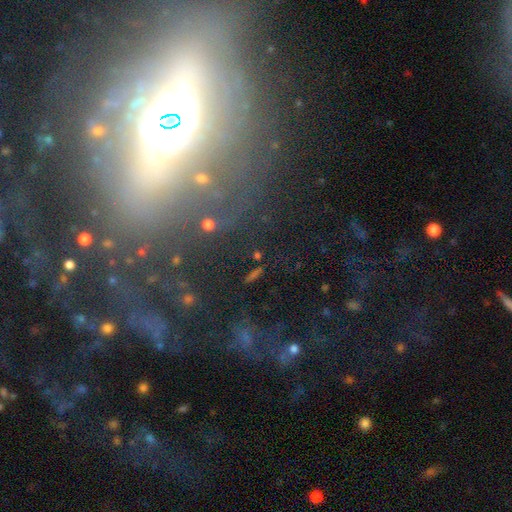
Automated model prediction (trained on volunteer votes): smooth-or-featured: featured or disk: 58% | star or artifact: 26% | smooth: 16%
  disk-edge-on: no: 65% | yes: 35%
  merging: none: 54% | major disturbance: 24% | minor disturbance: 16% | merger: 6%